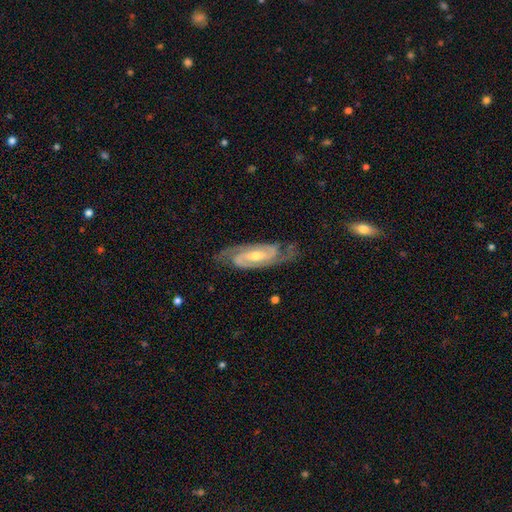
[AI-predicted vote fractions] Morphology: type=featured or disk (91%); edge-on=no (94%); bar=weak (41%); spiral arms=yes (98%); winding=tight (53%); arm count=2 (89%); bulge=moderate (53%); merging=none (79%).